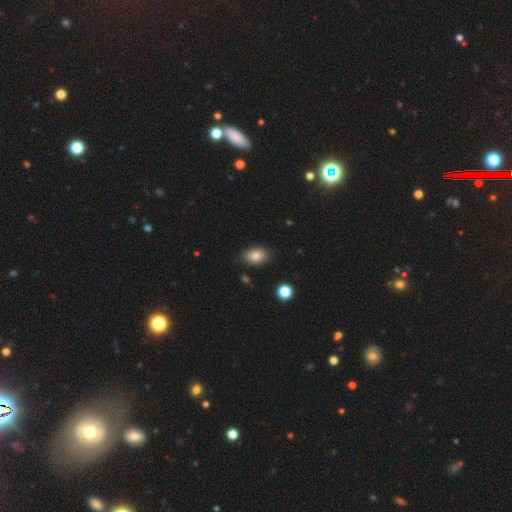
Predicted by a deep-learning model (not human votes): This appears to be a smooth galaxy with no disk features (83%) that is in between round and cigar-shaped (87%). Merging: none (85%).